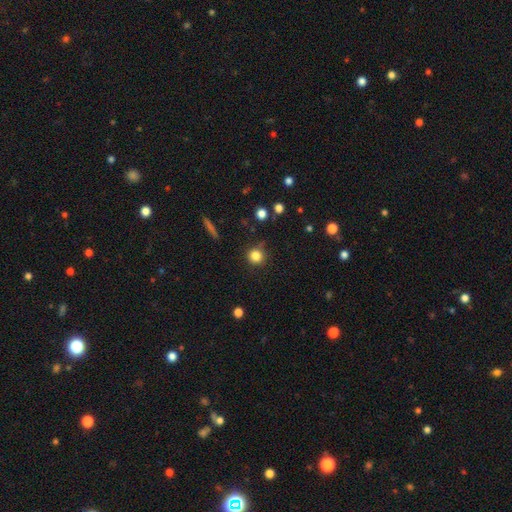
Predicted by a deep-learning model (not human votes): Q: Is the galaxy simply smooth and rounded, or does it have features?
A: smooth — 83%.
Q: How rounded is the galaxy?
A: round — 93%.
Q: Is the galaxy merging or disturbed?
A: none — 85%.